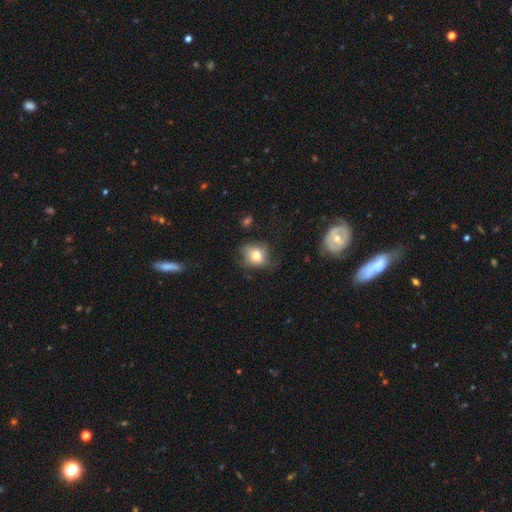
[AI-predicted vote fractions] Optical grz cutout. It shows a smooth galaxy with no disk features (70%) that is round (63%). Merging: none (58%).